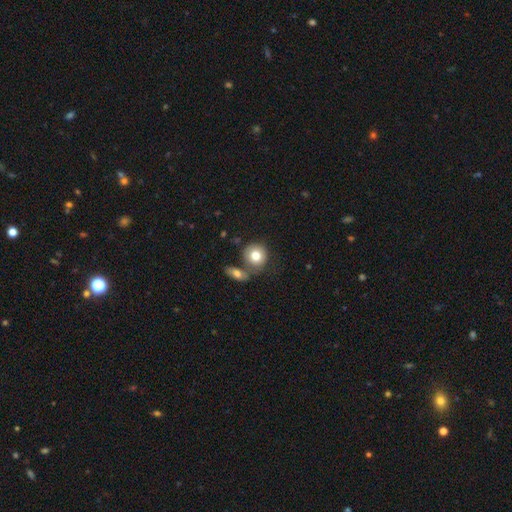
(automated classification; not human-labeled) smooth-or-featured: smooth: 79% | featured or disk: 14% | star or artifact: 7%
  how-rounded: round: 82% | in between: 17% | cigar-shaped: 1%
  merging: none: 51% | merger: 31% | minor disturbance: 13% | major disturbance: 5%